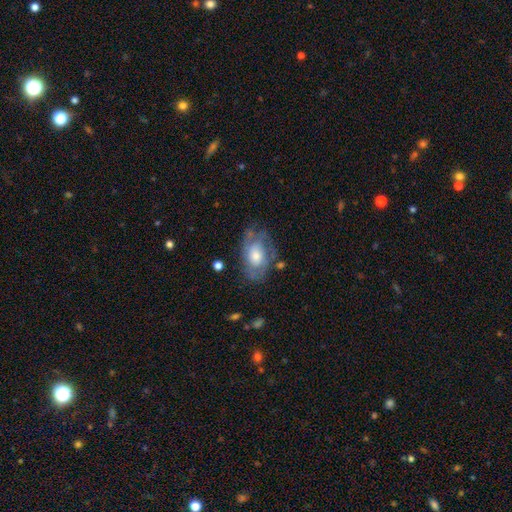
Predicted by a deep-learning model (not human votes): Smooth or featured? Predicted: featured or disk (p=0.57). Edge-on disk? Predicted: no (p=0.94). Bar? Predicted: no (p=0.77). Spiral arms? Predicted: yes (p=0.65). Bulge size? Predicted: moderate (p=0.54). Merging? Predicted: none (p=0.62).